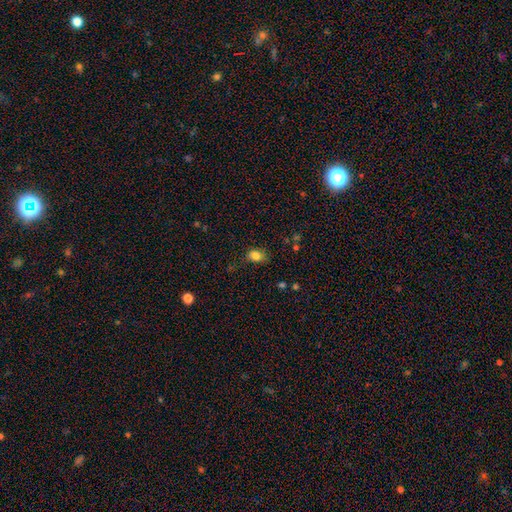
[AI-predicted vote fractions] A smooth galaxy with no disk features (82%) that is in between round and cigar-shaped (65%).

Vote fractions:
- Smooth or featured? smooth: 82% / star or artifact: 11% / featured or disk: 6%
- How rounded? in between: 65% / round: 33% / cigar-shaped: 1%
- Merging? none: 74% / minor disturbance: 20% / major disturbance: 5% / merger: 2%